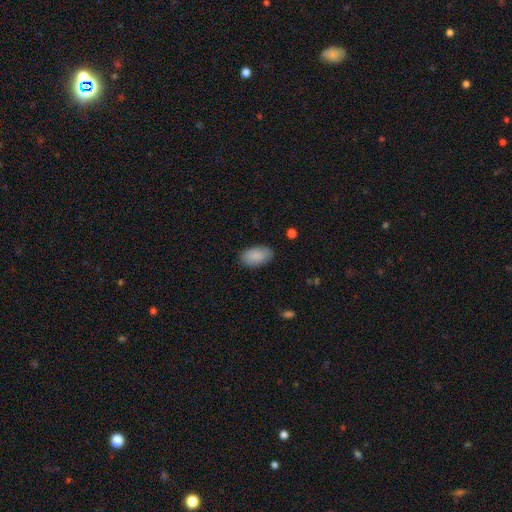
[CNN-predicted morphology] Smooth or featured?
  - smooth: 89% *
  - star or artifact: 6%
  - featured or disk: 5%
How rounded?
  - in between: 95% *
  - round: 4%
  - cigar-shaped: 1%
Merging?
  - none: 86% *
  - minor disturbance: 10%
  - major disturbance: 3%
  - merger: 1%